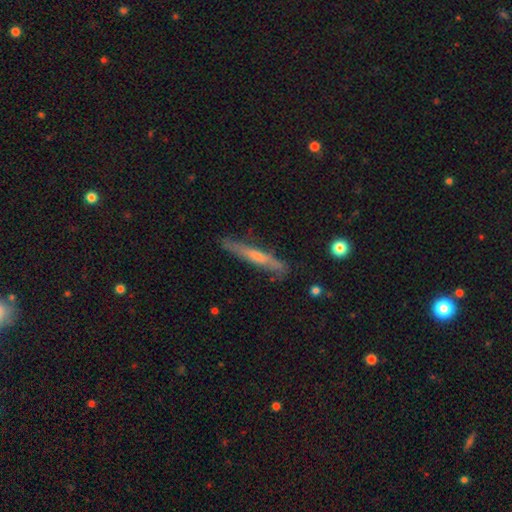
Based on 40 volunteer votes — Volunteers were most divided on "edge-on bulge": none: 52%, rounded: 30%, boxy: 17%. More confident: edge-on disk — yes (88%); merging — none (82%); smooth or featured — featured or disk (65%).